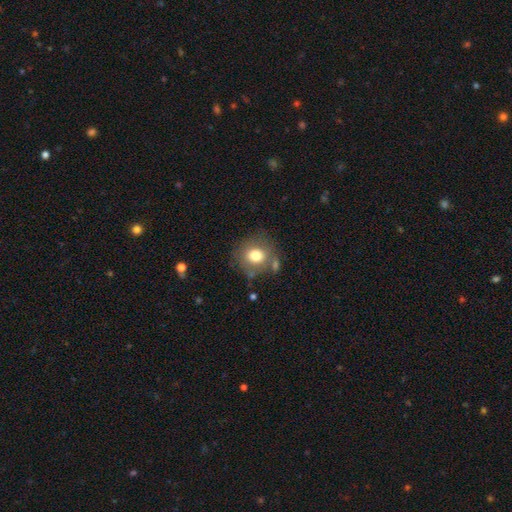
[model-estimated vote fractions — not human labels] Q: Smooth or featured?
A: smooth (75%); runner-up: featured or disk (14%)
Q: How rounded?
A: round (84%); runner-up: in between (15%)
Q: Merging?
A: none (69%); runner-up: minor disturbance (15%)